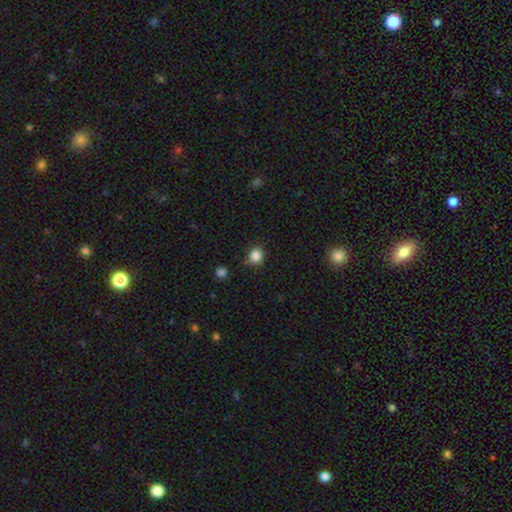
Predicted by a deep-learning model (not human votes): Smooth or featured? smooth (85%)
How rounded? round (82%)
Merging? none (79%)